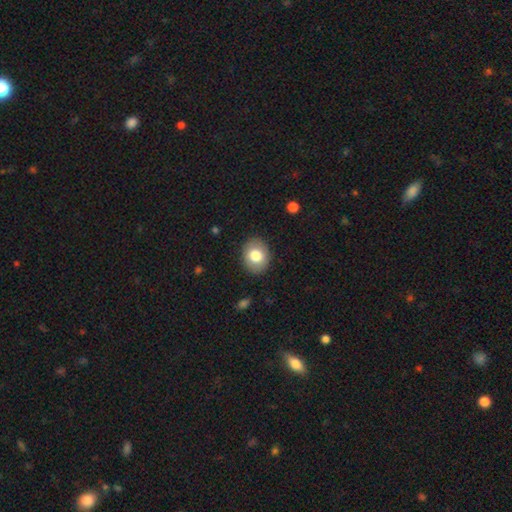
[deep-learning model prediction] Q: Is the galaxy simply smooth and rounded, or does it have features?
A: smooth — 78%.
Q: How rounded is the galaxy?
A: in between — 51%.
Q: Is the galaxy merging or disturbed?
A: none — 89%.